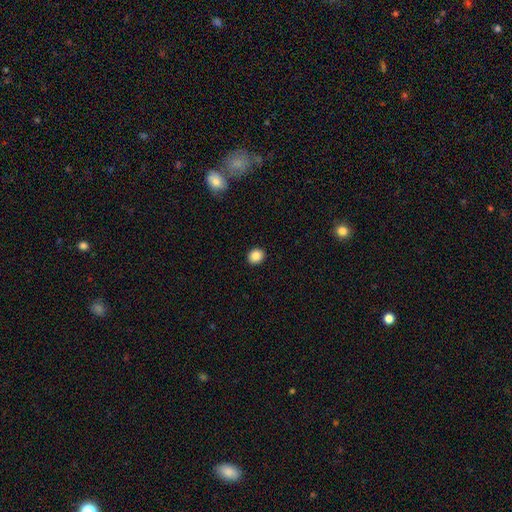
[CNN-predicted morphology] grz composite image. It shows a smooth galaxy with no disk features (86%) that is round (72%). Merging: none (92%).